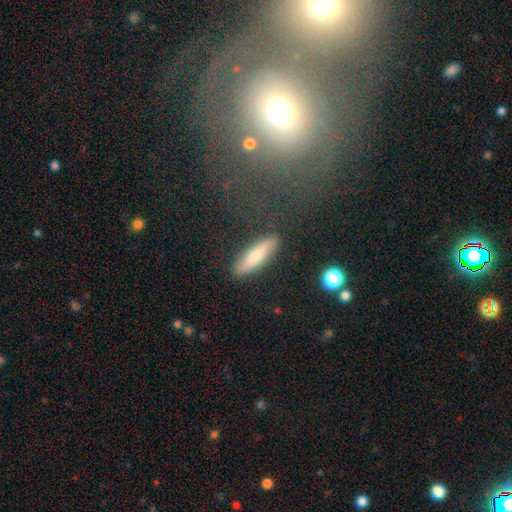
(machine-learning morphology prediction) Overall: smooth (72%). How rounded: cigar-shaped (71%). Merging: none (87%).